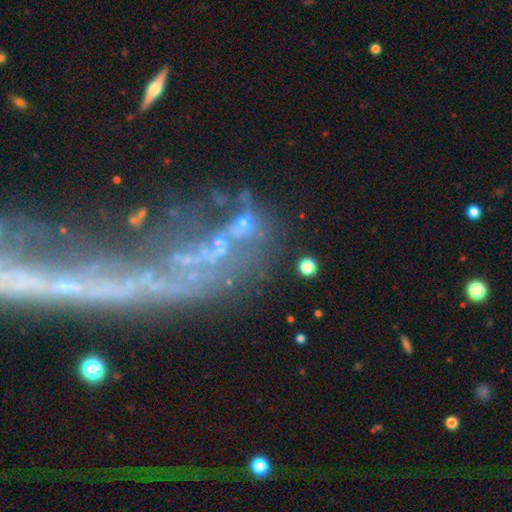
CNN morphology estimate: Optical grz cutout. It shows a featured or disk galaxy (52%). Merging: major disturbance (35%).